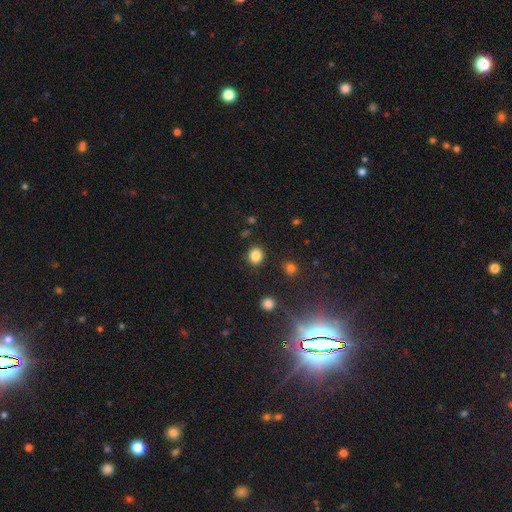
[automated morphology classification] A smooth galaxy with no disk features (84%) that is round (84%).

Vote fractions:
- Smooth or featured? smooth: 84% / star or artifact: 12% / featured or disk: 5%
- How rounded? round: 84% / in between: 15% / cigar-shaped: 1%
- Merging? none: 89% / minor disturbance: 6% / major disturbance: 2% / merger: 2%